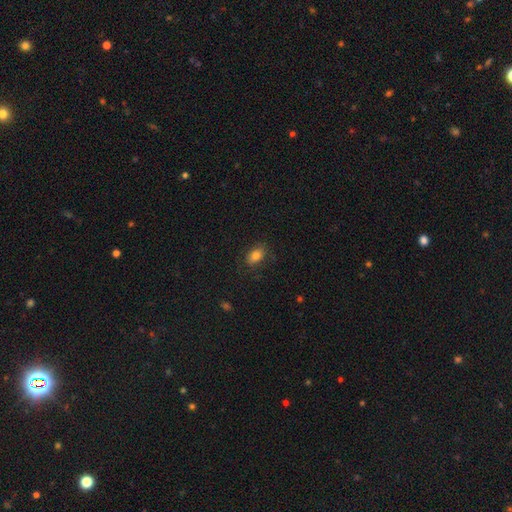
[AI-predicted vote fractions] Smooth or featured? Predicted: smooth (p=0.80). How rounded? Predicted: in between (p=0.85). Merging? Predicted: none (p=0.79).